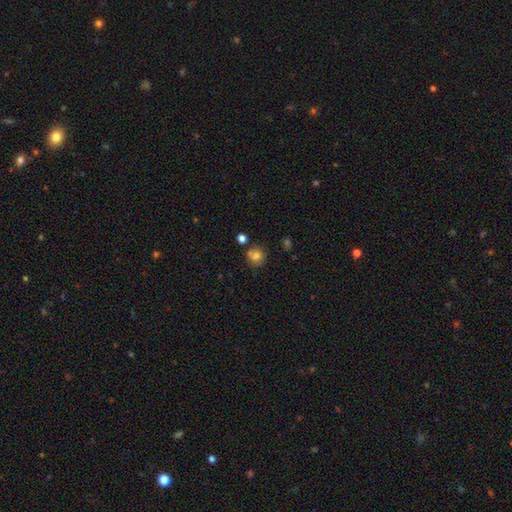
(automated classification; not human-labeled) This appears to be a smooth galaxy with no disk features (78%) that is round (86%). Merging: none (71%).